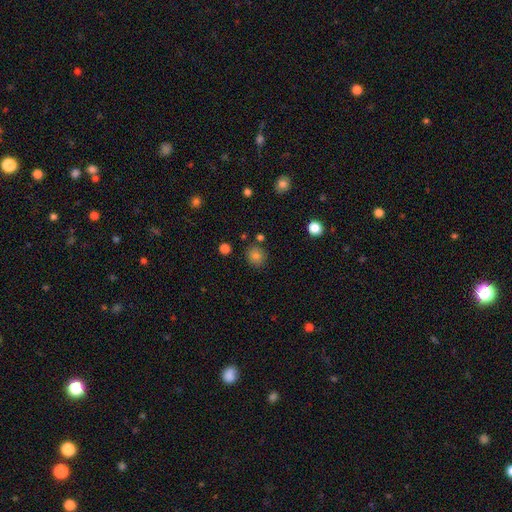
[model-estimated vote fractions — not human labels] smooth 81%, star or artifact 12%, featured or disk 7%. Down the decision tree: how rounded — round (85%); merging — none (84%).